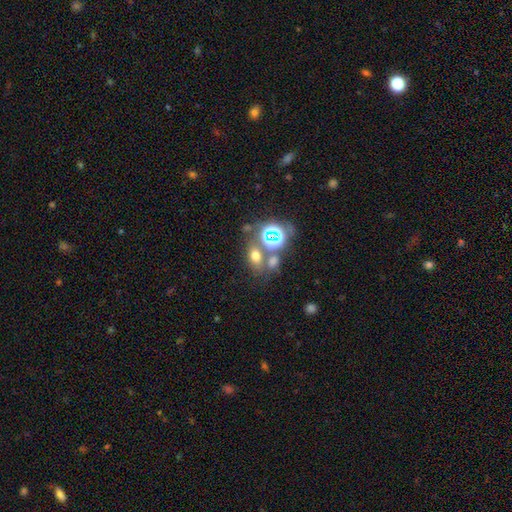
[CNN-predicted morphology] A smooth galaxy with no disk features (59%) that is in between round and cigar-shaped (61%).

Vote fractions:
- Smooth or featured? smooth: 59% / star or artifact: 27% / featured or disk: 13%
- How rounded? in between: 61% / round: 37% / cigar-shaped: 2%
- Merging? none: 53% / merger: 30% / minor disturbance: 11% / major disturbance: 6%